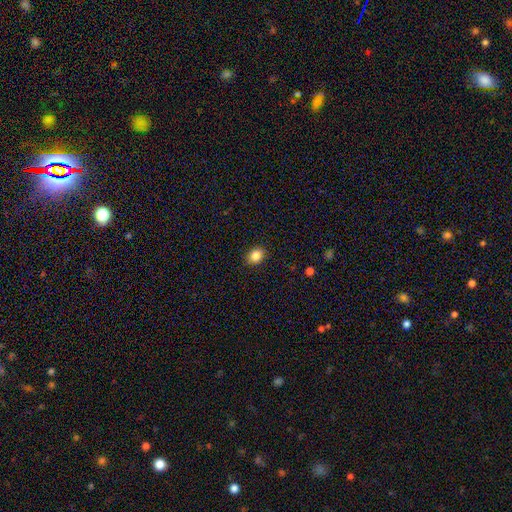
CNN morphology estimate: The model was most divided on "how rounded": round: 56%, in between: 43%, cigar-shaped: 1%. More confident: merging — none (88%); smooth or featured — smooth (85%).